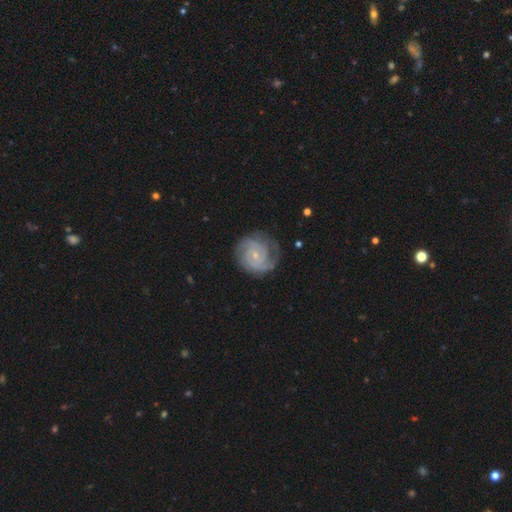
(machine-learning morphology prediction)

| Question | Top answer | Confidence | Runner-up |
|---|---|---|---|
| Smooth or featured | featured or disk | 86% | smooth (9%) |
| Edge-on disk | no | 98% | yes (2%) |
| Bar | no | 65% | weak (29%) |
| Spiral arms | yes | 97% | no (3%) |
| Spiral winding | tight | 67% | medium (28%) |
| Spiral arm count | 2 | 41% | 3 (24%) |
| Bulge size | small | 76% | moderate (20%) |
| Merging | none | 74% | minor disturbance (18%) |